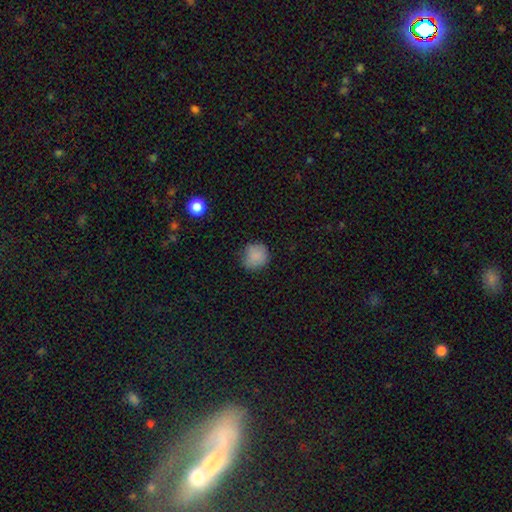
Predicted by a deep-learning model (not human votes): smooth_or_featured: smooth (p=0.86) [alt: star or artifact p=0.09]
how_rounded: round (p=0.88) [alt: in between p=0.11]
merging: none (p=0.76) [alt: minor disturbance p=0.18]